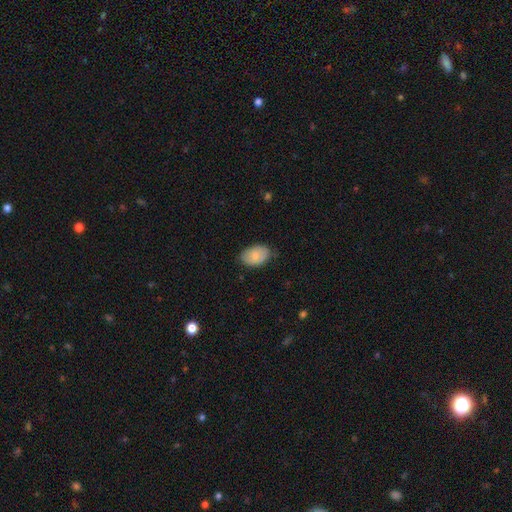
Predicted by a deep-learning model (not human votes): smooth 75%, featured or disk 18%, star or artifact 7%. Down the decision tree: how rounded — in between (87%); merging — none (74%).